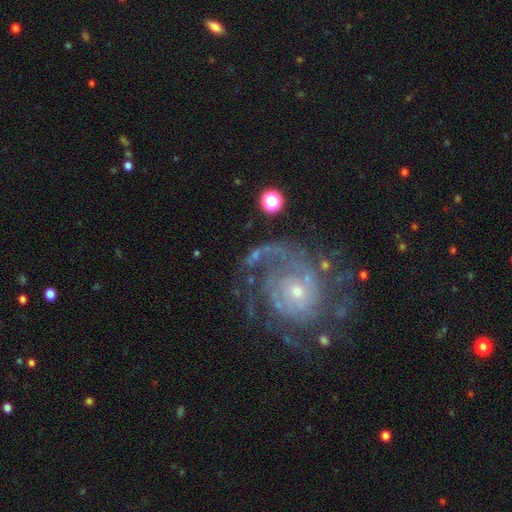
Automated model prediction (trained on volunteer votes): Overall: featured or disk (80%). Edge-on disk: no (98%). Bar: no (75%). Spiral arms: yes (91%). Spiral arm count: 2 (32%; can't tell 26%). Spiral winding: tight (46%; medium 34%). Bulge size: small (62%; moderate 31%). Merging: none (50%; major disturbance 26%).